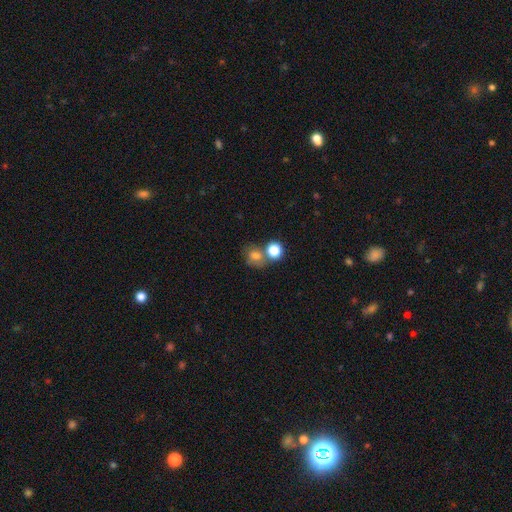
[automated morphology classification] Smooth or featured? Predicted: smooth (p=0.73). How rounded? Predicted: round (p=0.69). Merging? Predicted: none (p=0.45).